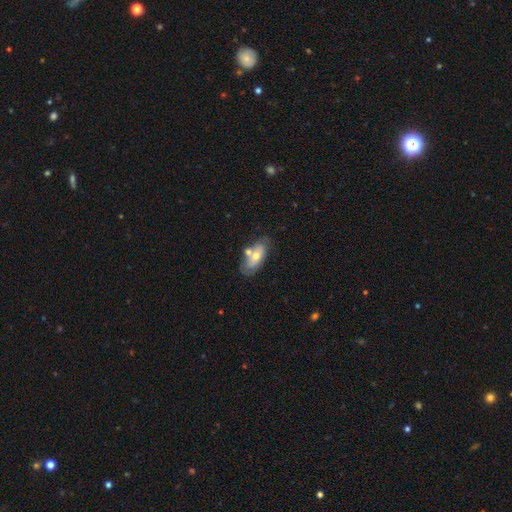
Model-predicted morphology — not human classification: This appears to be a smooth galaxy with no disk features (54%) that is in between round and cigar-shaped (85%). Merging: none (55%).